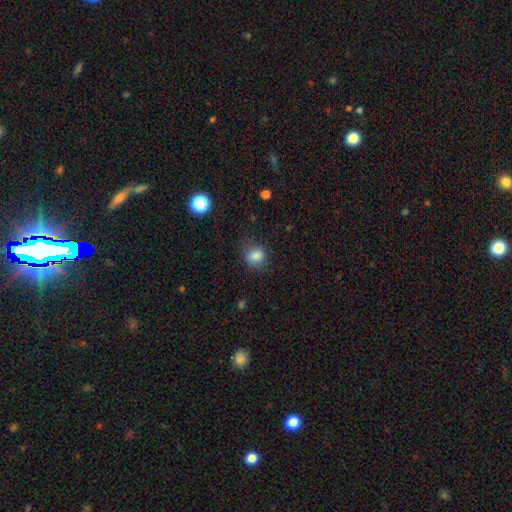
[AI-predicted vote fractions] smooth 83%, star or artifact 11%, featured or disk 6%. Down the decision tree: how rounded — round (61%); merging — none (69%).